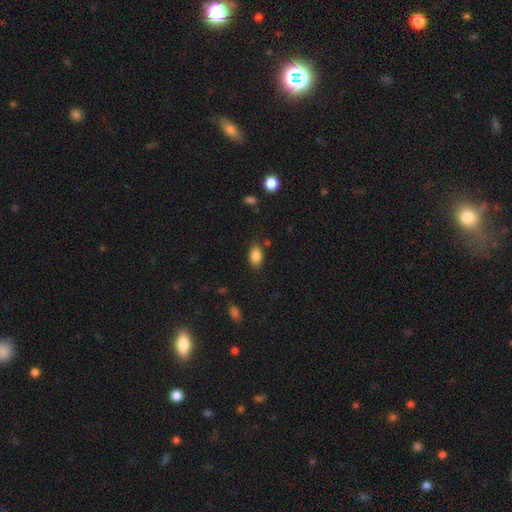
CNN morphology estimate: Q: Smooth or featured?
A: smooth (85%); runner-up: star or artifact (8%)
Q: How rounded?
A: in between (89%); runner-up: round (9%)
Q: Merging?
A: none (80%); runner-up: minor disturbance (14%)